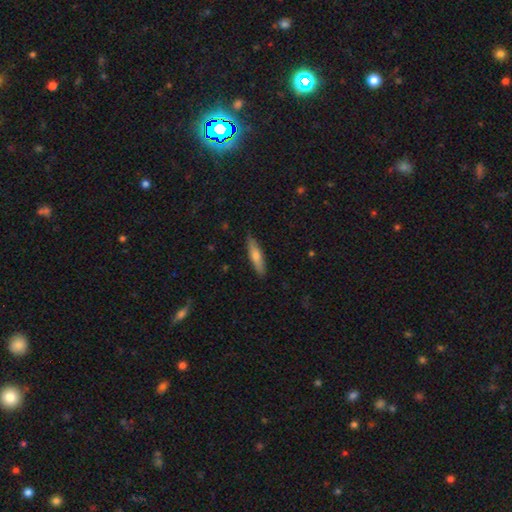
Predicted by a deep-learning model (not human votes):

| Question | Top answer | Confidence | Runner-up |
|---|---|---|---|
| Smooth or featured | smooth | 65% | featured or disk (29%) |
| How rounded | cigar-shaped | 77% | in between (21%) |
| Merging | none | 87% | minor disturbance (10%) |